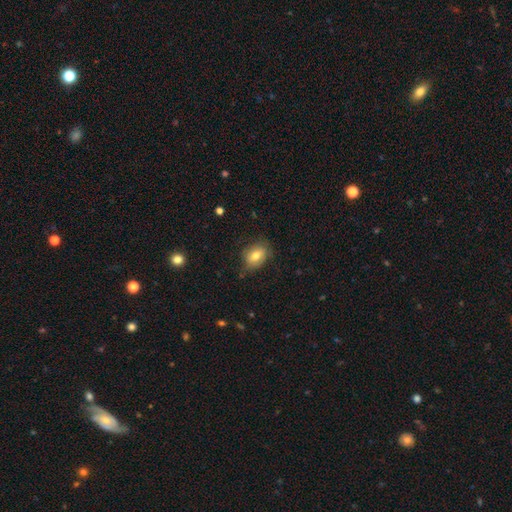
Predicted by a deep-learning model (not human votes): Overall: smooth (75%). How rounded: in between (72%). Merging: none (71%).